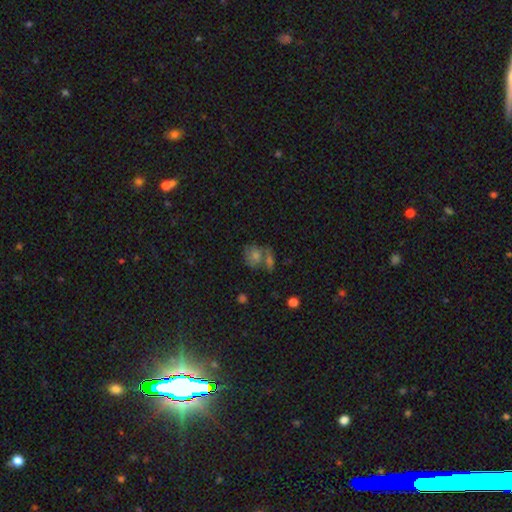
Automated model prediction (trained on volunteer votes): Q: Smooth or featured?
A: smooth (52%); runner-up: featured or disk (25%)
Q: How rounded?
A: round (71%); runner-up: in between (27%)
Q: Merging?
A: none (49%); runner-up: merger (29%)